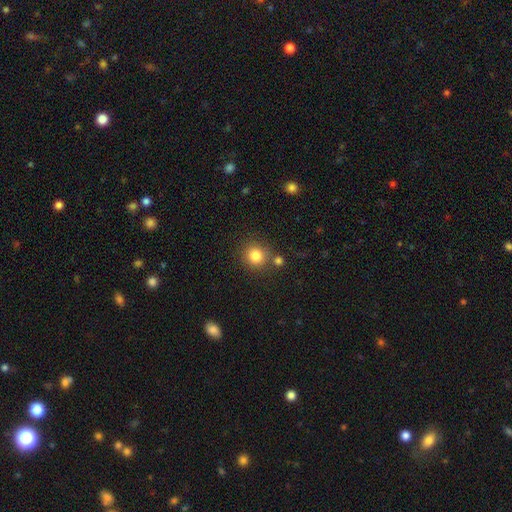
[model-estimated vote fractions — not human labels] Overall: smooth (82%). How rounded: round (88%). Merging: none (74%).